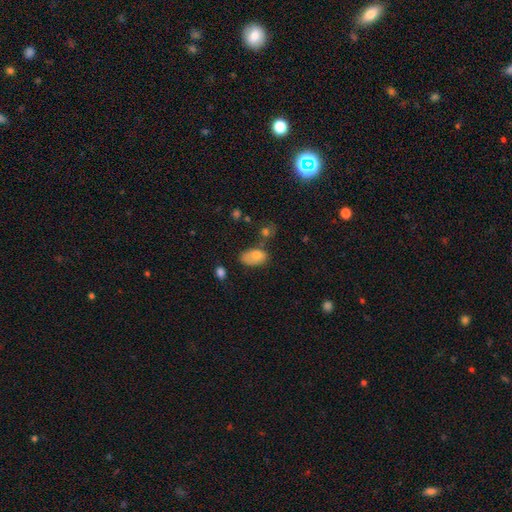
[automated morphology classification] Smooth or featured?
  - smooth: 77% *
  - featured or disk: 14%
  - star or artifact: 9%
How rounded?
  - in between: 89% *
  - round: 9%
  - cigar-shaped: 2%
Merging?
  - none: 35% *
  - minor disturbance: 33%
  - major disturbance: 18%
  - merger: 14%